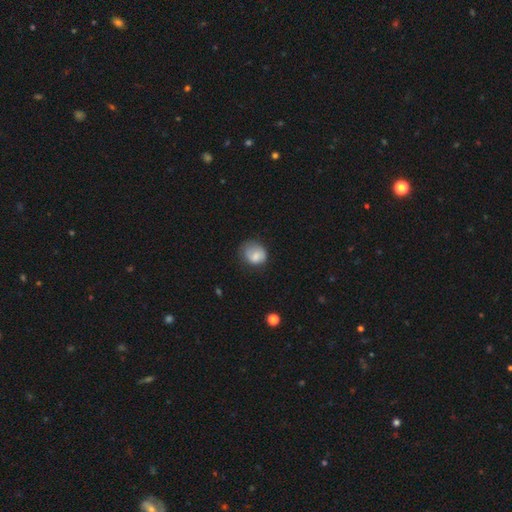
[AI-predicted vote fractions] smooth_or_featured: smooth (p=0.77) [alt: featured or disk p=0.15]
how_rounded: round (p=0.59) [alt: in between p=0.40]
merging: none (p=0.52) [alt: minor disturbance p=0.31]